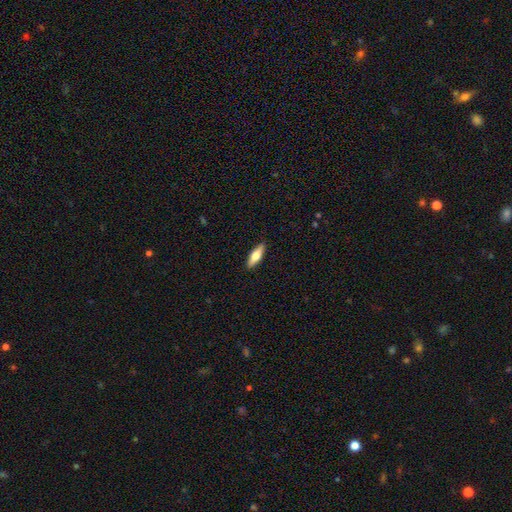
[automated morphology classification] This appears to be a smooth galaxy with no disk features (65%) that is in between round and cigar-shaped (53%). Merging: none (90%).